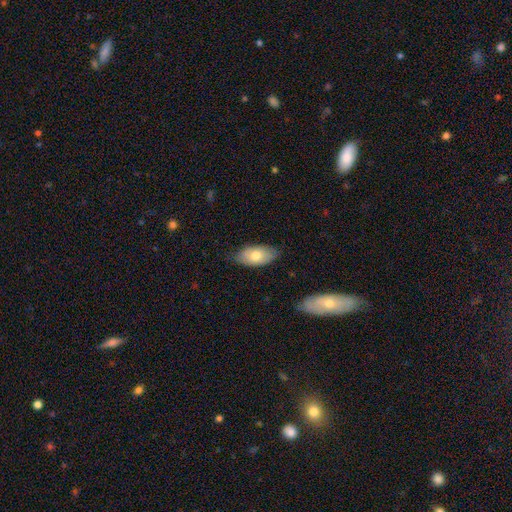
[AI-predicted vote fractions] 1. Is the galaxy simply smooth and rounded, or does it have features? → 71% smooth, 23% featured or disk, 6% star or artifact.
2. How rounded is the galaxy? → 93% in between, 4% cigar-shaped, 3% round.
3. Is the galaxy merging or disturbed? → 78% none, 18% minor disturbance, 3% major disturbance, 1% merger.